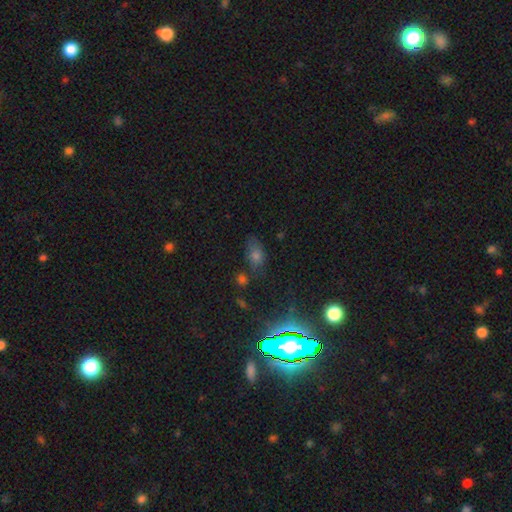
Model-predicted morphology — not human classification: Q: Smooth or featured?
A: smooth (49%); runner-up: star or artifact (38%)
Q: Merging?
A: none (66%); runner-up: minor disturbance (20%)